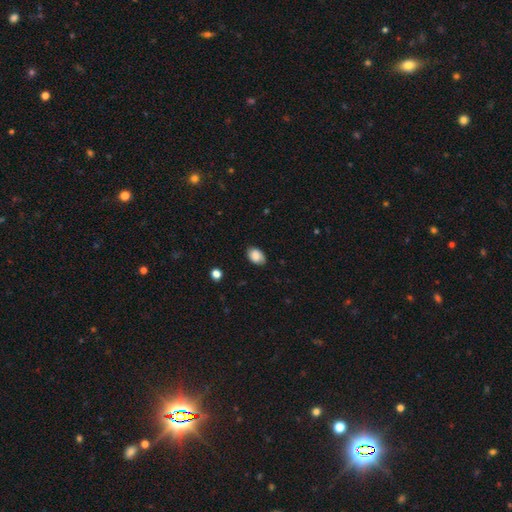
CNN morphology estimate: This appears to be a smooth galaxy with no disk features (86%) that is in between round and cigar-shaped (85%). Merging: none (81%).